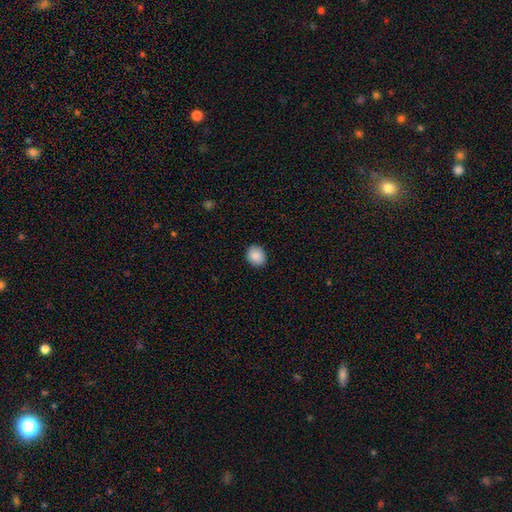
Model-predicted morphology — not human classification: A smooth galaxy with no disk features (88%) that is round (64%).

Vote fractions:
- Smooth or featured? smooth: 88% / star or artifact: 8% / featured or disk: 4%
- How rounded? round: 64% / in between: 35% / cigar-shaped: 1%
- Merging? none: 89% / minor disturbance: 8% / major disturbance: 2% / merger: 1%